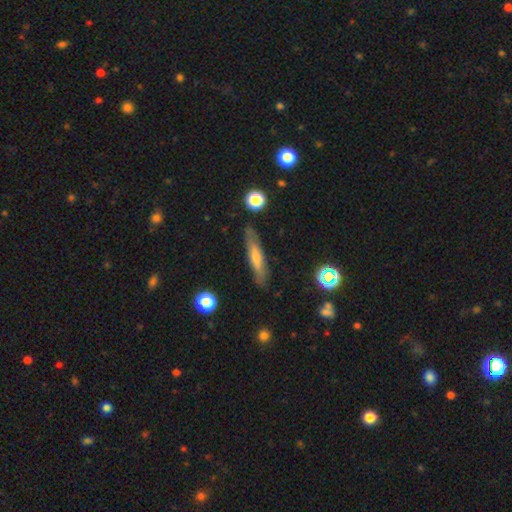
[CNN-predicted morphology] Smooth or featured? smooth (49%)
Merging? none (85%)